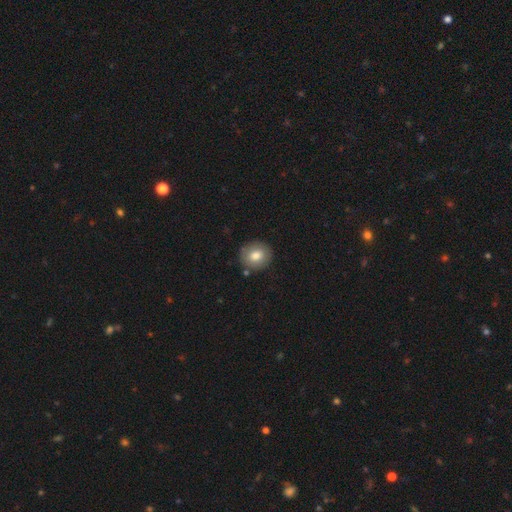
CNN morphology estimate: A smooth galaxy with no disk features (79%) that is round (81%).

Vote fractions:
- Smooth or featured? smooth: 79% / featured or disk: 13% / star or artifact: 8%
- How rounded? round: 81% / in between: 18% / cigar-shaped: 1%
- Merging? none: 85% / minor disturbance: 10% / merger: 3% / major disturbance: 2%